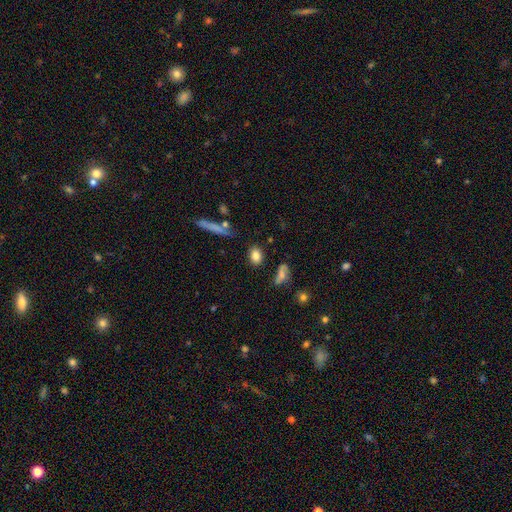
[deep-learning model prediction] This is clearly a smooth galaxy (83%). How rounded: likely in between (74%). Merging: clearly none (82%).